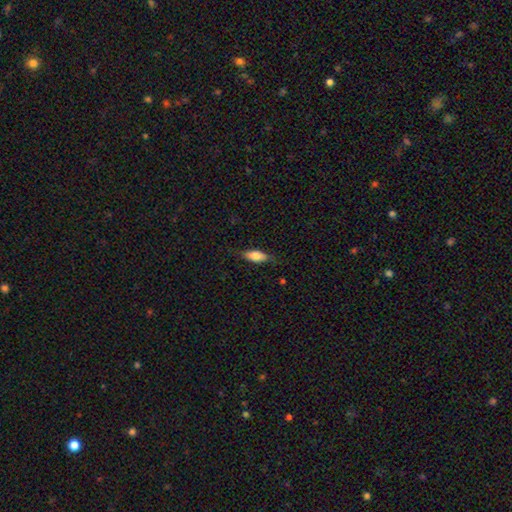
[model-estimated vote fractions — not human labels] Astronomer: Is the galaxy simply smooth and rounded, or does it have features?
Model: smooth — 73%.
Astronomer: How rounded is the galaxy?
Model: in between — 74%.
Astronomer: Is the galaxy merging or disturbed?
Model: none — 77%.